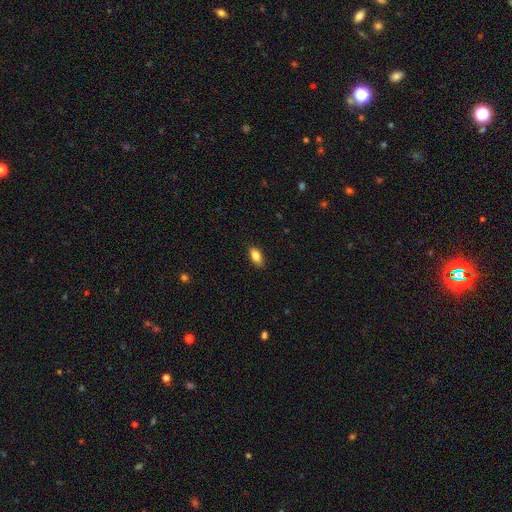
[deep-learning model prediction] Smooth or featured? Predicted: smooth (p=0.85). How rounded? Predicted: in between (p=0.89). Merging? Predicted: none (p=0.88).